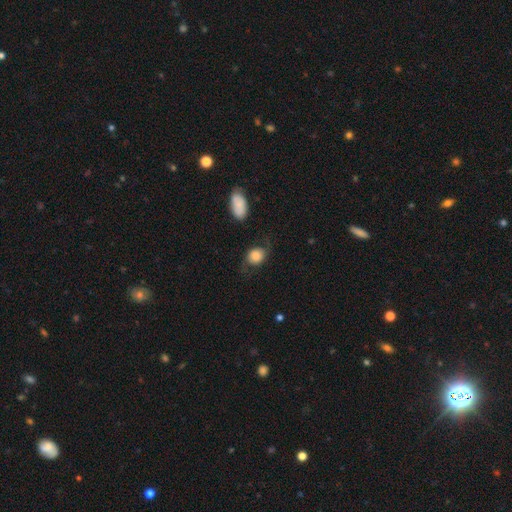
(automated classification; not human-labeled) This is likely a smooth galaxy (64%). How rounded: likely round (65%). Merging: likely none (63%).